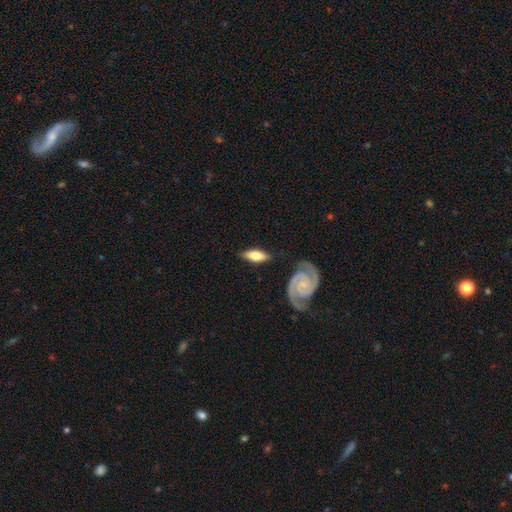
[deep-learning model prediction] This is possibly a featured or disk galaxy (50%). Merging: likely none (77%).